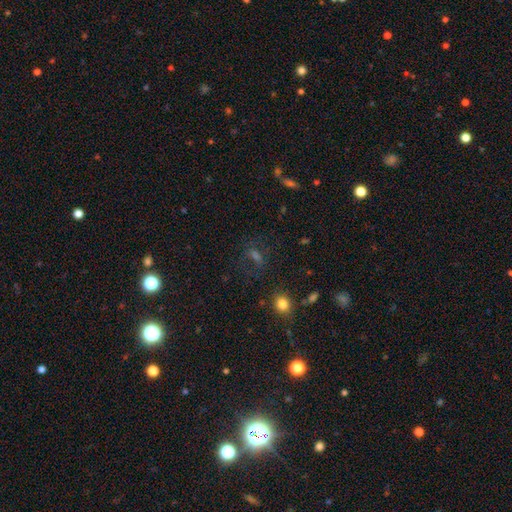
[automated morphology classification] Q: Smooth or featured?
A: star or artifact (43%); runner-up: smooth (37%)